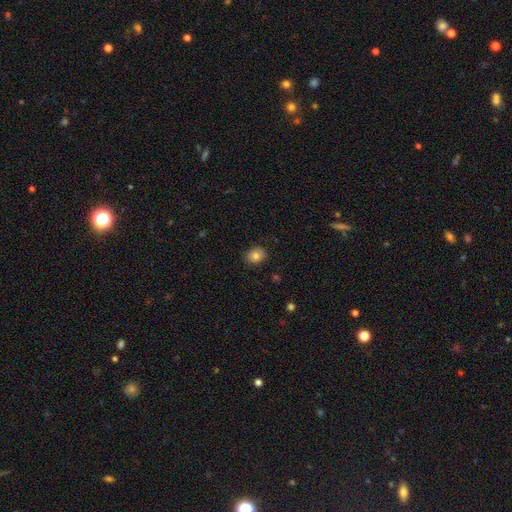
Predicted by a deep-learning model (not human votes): This is clearly a smooth galaxy (82%). How rounded: possibly round (50%, tied with in between). Merging: clearly none (87%).